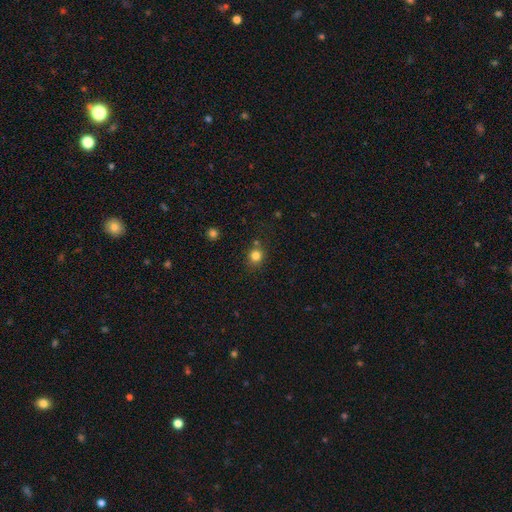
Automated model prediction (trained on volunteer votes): smooth 82%, star or artifact 13%, featured or disk 5%. Down the decision tree: how rounded — round (86%); merging — none (78%).